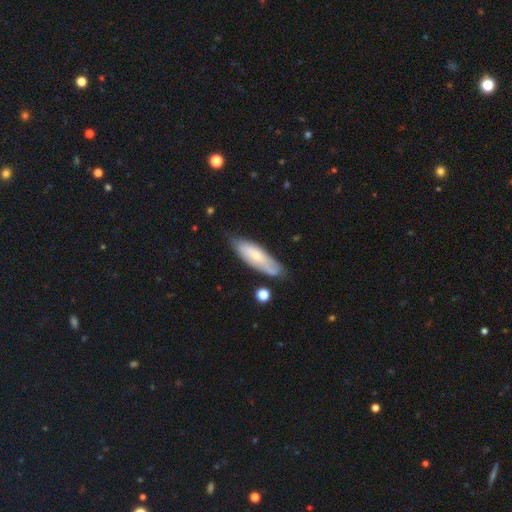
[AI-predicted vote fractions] The model was most divided on "how rounded": in between: 55%, cigar-shaped: 43%, round: 2%. More confident: merging — none (69%); smooth or featured — smooth (55%).